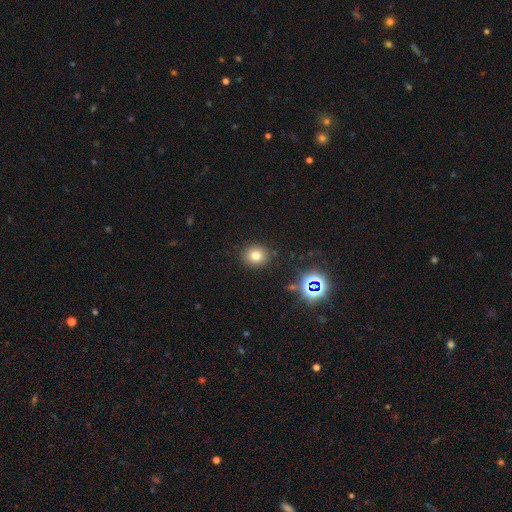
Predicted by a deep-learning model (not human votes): This appears to be a smooth galaxy with no disk features (75%) that is round (85%). Merging: none (89%).